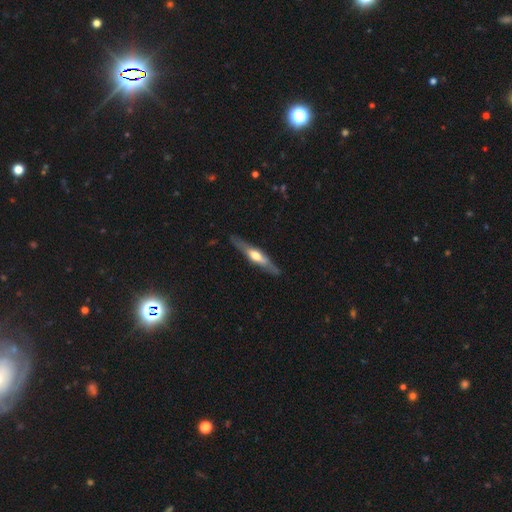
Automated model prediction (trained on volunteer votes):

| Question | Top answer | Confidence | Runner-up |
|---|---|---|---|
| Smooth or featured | featured or disk | 63% | smooth (31%) |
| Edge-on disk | yes | 91% | no (9%) |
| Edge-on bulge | rounded | 82% | boxy (11%) |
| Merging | none | 85% | minor disturbance (12%) |